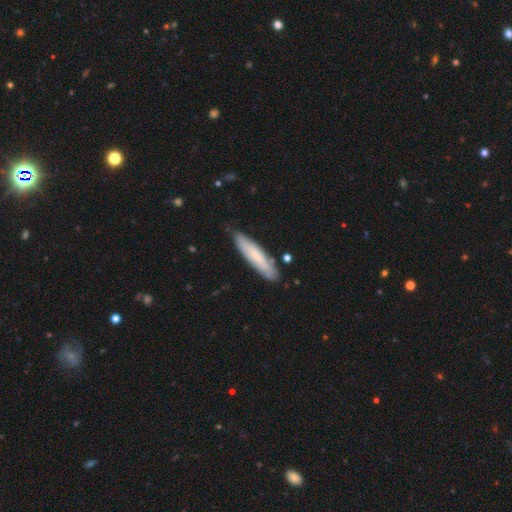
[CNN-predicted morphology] This appears to be a smooth galaxy with no disk features (71%) that is cigar-shaped (81%). Merging: none (80%).